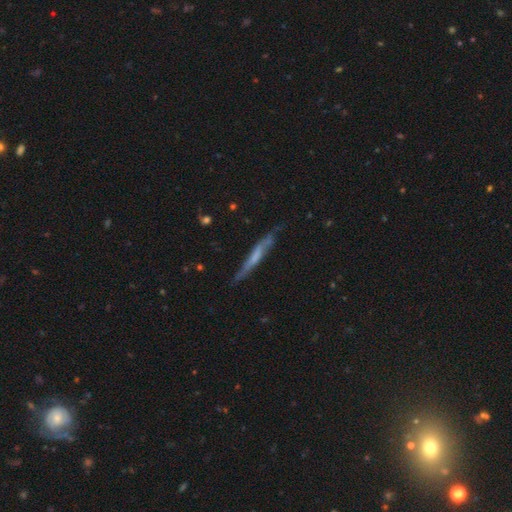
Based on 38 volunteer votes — Smooth or featured: smooth — 55% (featured or disk — 39%)
How rounded: cigar-shaped — 95% (round — 5%)
Merging: none — 58% (minor disturbance — 28%)